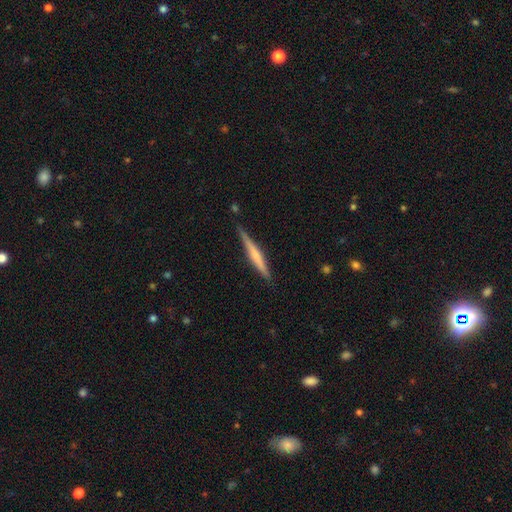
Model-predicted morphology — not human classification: Smooth or featured?
  - featured or disk: 54% *
  - smooth: 41%
  - star or artifact: 6%
Edge-on disk?
  - yes: 97% *
  - no: 3%
Edge-on bulge?
  - rounded: 43% *
  - none: 40%
  - boxy: 17%
Merging?
  - none: 85% *
  - minor disturbance: 11%
  - major disturbance: 2%
  - merger: 1%